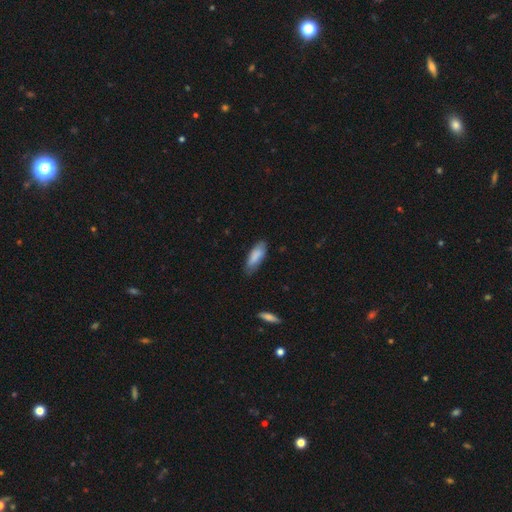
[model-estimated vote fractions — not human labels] Smooth or featured: smooth — 83% (featured or disk — 11%)
How rounded: in between — 66% (cigar-shaped — 33%)
Merging: none — 72% (minor disturbance — 22%)